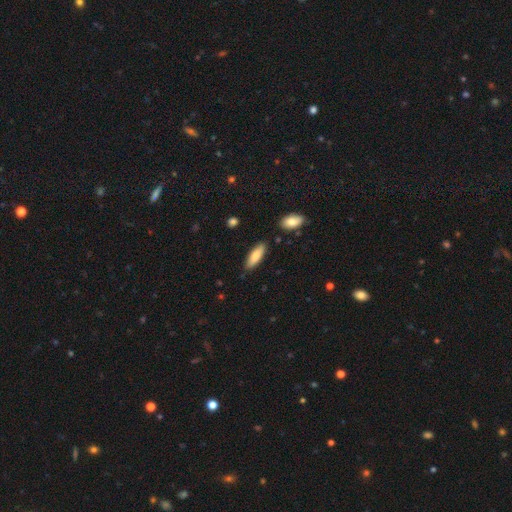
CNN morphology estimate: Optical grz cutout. It shows a smooth galaxy with no disk features (81%) that is in between round and cigar-shaped (53%). Merging: none (84%).